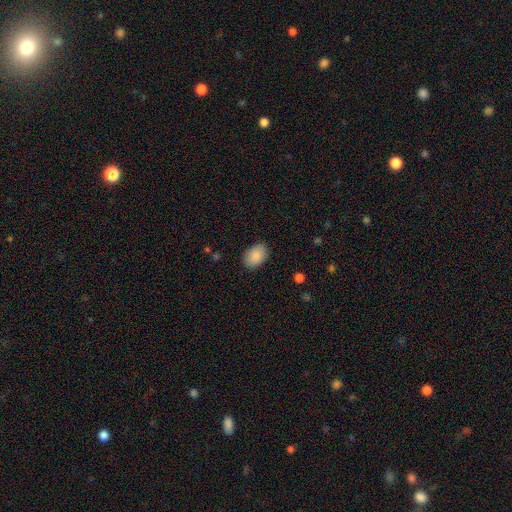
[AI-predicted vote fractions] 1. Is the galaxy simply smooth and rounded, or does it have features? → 88% smooth, 7% star or artifact, 6% featured or disk.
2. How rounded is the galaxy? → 85% in between, 14% round, 1% cigar-shaped.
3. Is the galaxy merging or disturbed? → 86% none, 10% minor disturbance, 2% major disturbance, 1% merger.